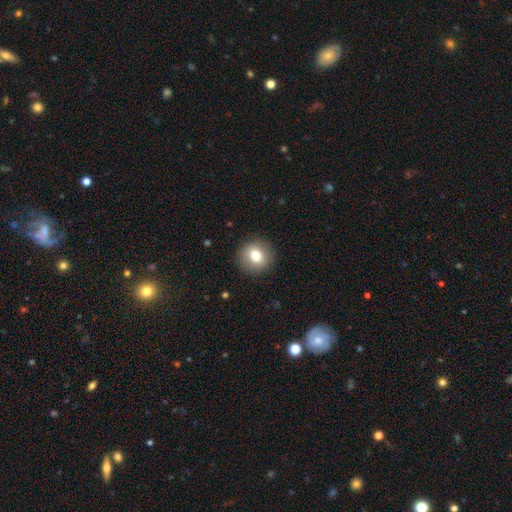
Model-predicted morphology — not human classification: This appears to be a smooth galaxy with no disk features (76%) that is round (91%). Merging: none (90%).